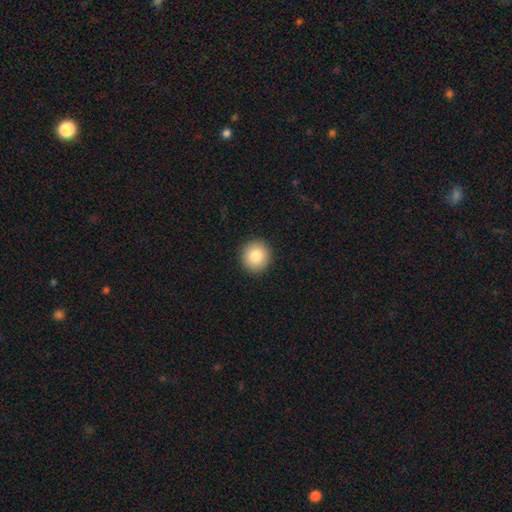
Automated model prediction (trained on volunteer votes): Smooth or featured: smooth — 83% (star or artifact — 9%)
How rounded: round — 92% (in between — 7%)
Merging: none — 93% (minor disturbance — 5%)